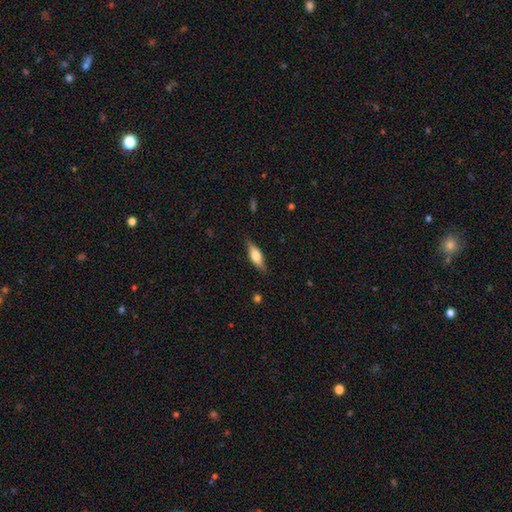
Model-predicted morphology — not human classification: smooth 54%, featured or disk 40%, star or artifact 6%. Down the decision tree: how rounded — in between (56%); merging — none (81%).